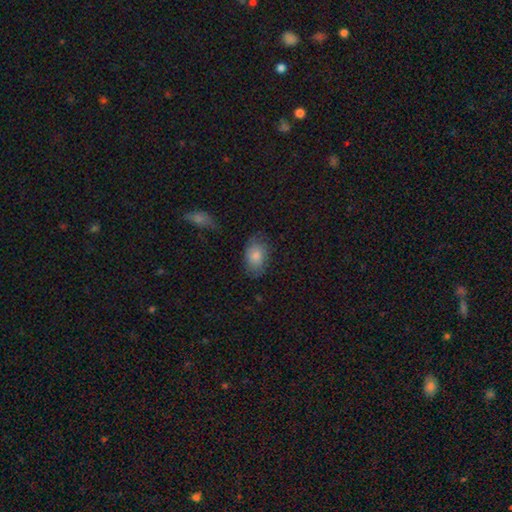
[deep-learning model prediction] Q: Smooth or featured?
A: smooth (79%); runner-up: featured or disk (13%)
Q: How rounded?
A: in between (86%); runner-up: round (12%)
Q: Merging?
A: none (75%); runner-up: minor disturbance (19%)